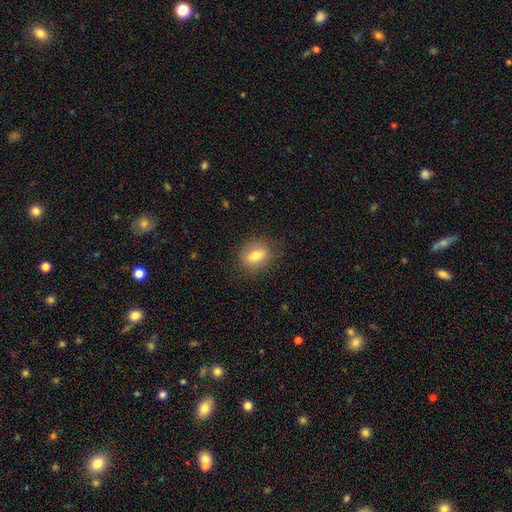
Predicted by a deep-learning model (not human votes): Smooth or featured? Predicted: smooth (p=0.76). How rounded? Predicted: in between (p=0.55). Merging? Predicted: none (p=0.84).